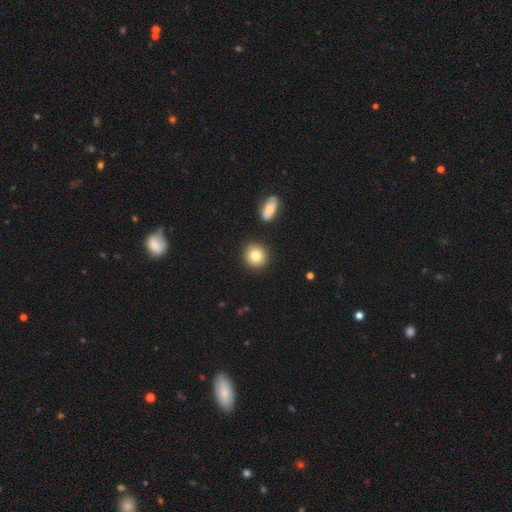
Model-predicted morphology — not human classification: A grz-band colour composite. It shows a smooth galaxy with no disk features (79%) that is round (88%). Merging: none (87%).